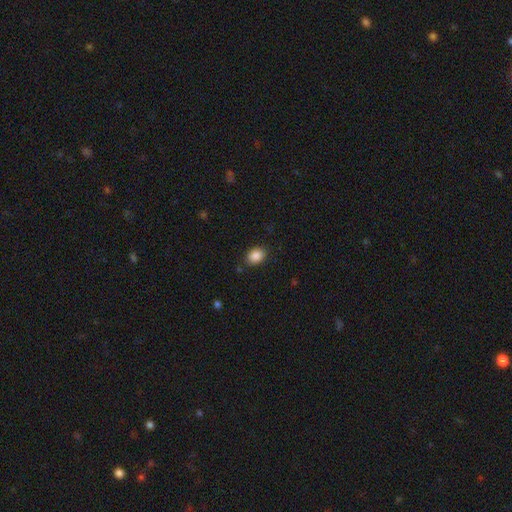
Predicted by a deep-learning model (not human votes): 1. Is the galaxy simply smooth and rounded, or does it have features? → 88% smooth, 8% star or artifact, 4% featured or disk.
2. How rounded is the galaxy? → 72% in between, 27% round, 1% cigar-shaped.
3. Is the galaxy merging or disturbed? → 85% none, 11% minor disturbance, 3% major disturbance, 2% merger.